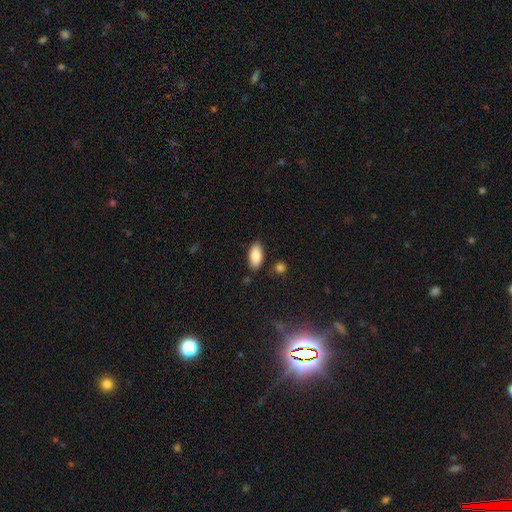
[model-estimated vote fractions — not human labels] smooth_or_featured: smooth (p=0.86) [alt: featured or disk p=0.08]
how_rounded: in between (p=0.91) [alt: cigar-shaped p=0.06]
merging: none (p=0.83) [alt: minor disturbance p=0.11]